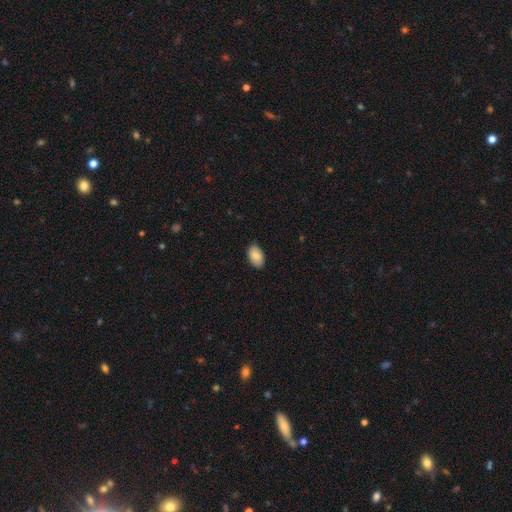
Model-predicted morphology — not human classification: Q: Smooth or featured?
A: smooth (87%); runner-up: star or artifact (6%)
Q: How rounded?
A: in between (93%); runner-up: round (5%)
Q: Merging?
A: none (87%); runner-up: minor disturbance (10%)